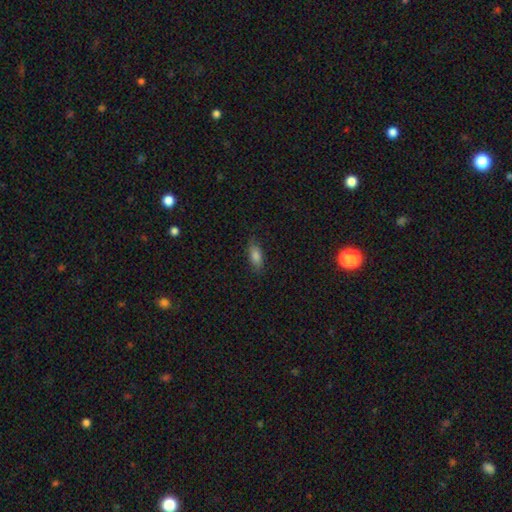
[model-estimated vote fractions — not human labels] Smooth or featured? smooth (81%)
How rounded? in between (82%)
Merging? none (81%)